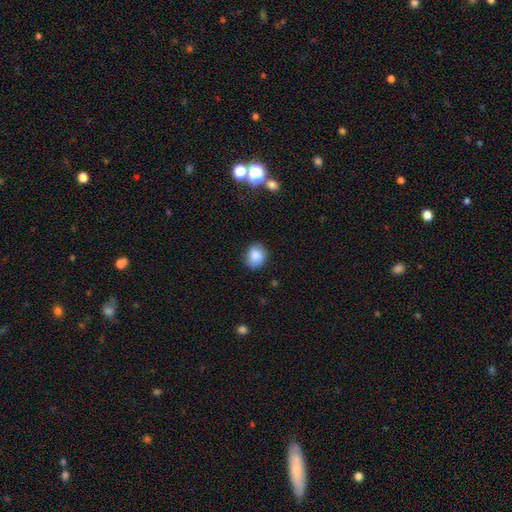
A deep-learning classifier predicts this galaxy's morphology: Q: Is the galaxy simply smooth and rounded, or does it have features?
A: smooth — 85%.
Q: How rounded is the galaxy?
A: round — 61%.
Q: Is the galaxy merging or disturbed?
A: none — 83%.